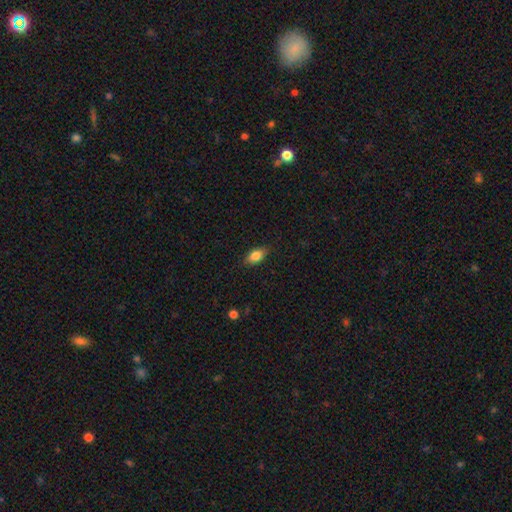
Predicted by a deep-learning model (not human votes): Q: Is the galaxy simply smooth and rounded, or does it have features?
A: smooth — 80%.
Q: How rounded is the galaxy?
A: in between — 86%.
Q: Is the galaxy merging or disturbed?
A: none — 84%.